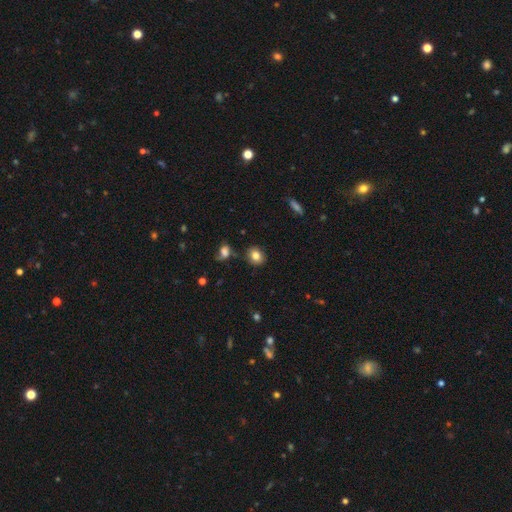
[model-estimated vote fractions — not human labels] smooth 82%, star or artifact 10%, featured or disk 8%. Down the decision tree: how rounded — round (62%); merging — none (84%).